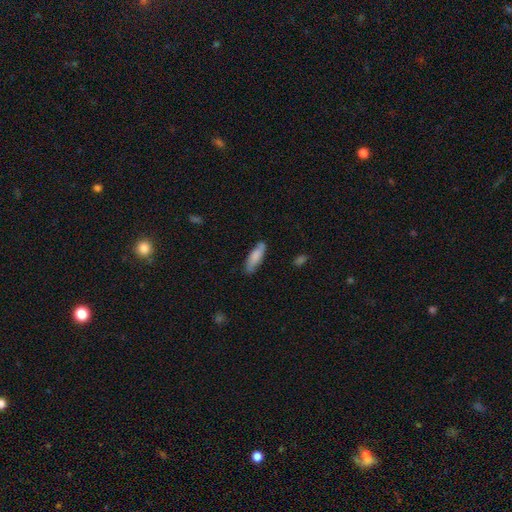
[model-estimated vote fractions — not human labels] Overall: smooth (73%). How rounded: in between (50%; cigar-shaped 49%). Merging: none (74%).